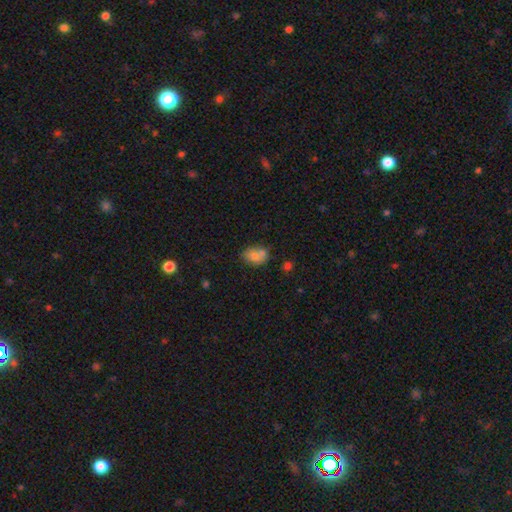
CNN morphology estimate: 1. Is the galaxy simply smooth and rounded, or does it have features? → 75% smooth, 15% featured or disk, 10% star or artifact.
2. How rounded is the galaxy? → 68% in between, 30% round, 1% cigar-shaped.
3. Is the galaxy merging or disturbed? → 50% none, 27% merger, 18% minor disturbance, 5% major disturbance.